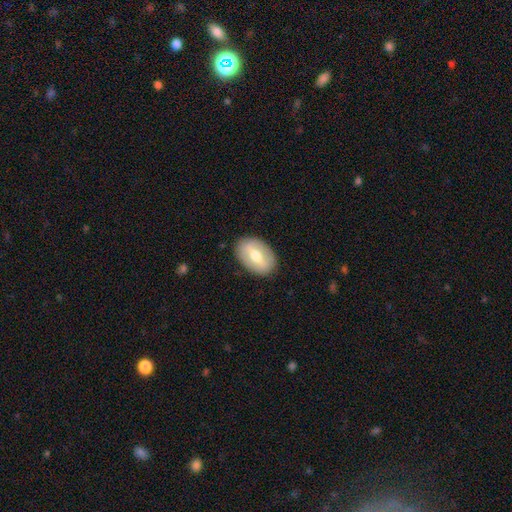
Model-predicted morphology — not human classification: The model was most divided on "smooth or featured": smooth: 52%, featured or disk: 42%, star or artifact: 6%. More confident: merging — none (86%); how rounded — in between (85%).